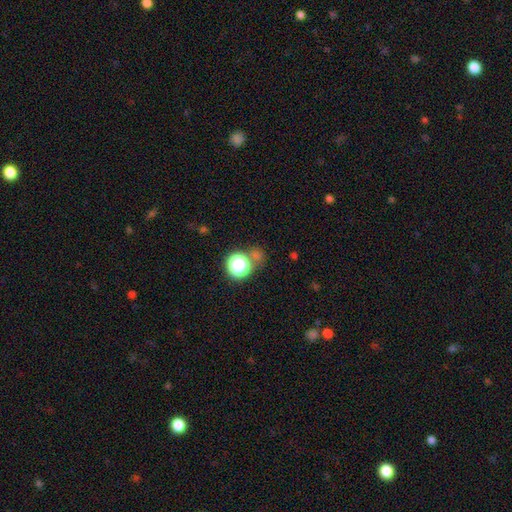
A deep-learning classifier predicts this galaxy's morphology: Smooth or featured?
  - star or artifact: 51% *
  - smooth: 41%
  - featured or disk: 7%